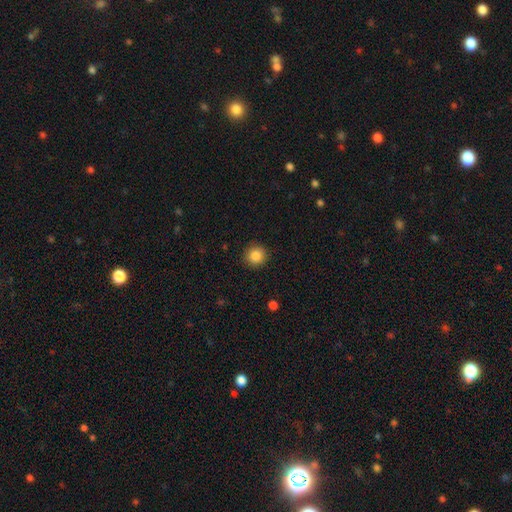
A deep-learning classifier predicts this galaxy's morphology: Q: Smooth or featured?
A: smooth (85%); runner-up: star or artifact (10%)
Q: How rounded?
A: round (92%); runner-up: in between (7%)
Q: Merging?
A: none (92%); runner-up: minor disturbance (6%)